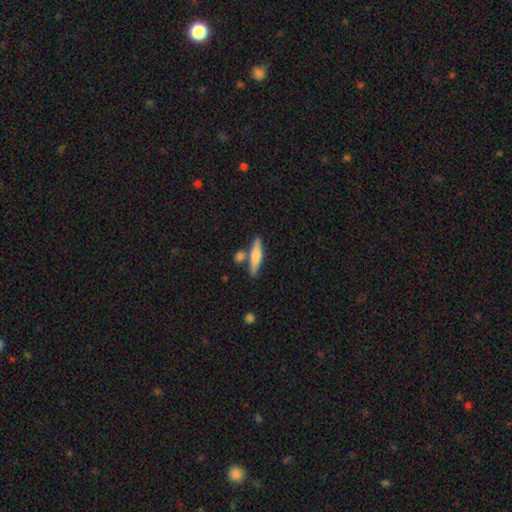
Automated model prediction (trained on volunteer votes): A smooth galaxy with no disk features (59%) that is cigar-shaped (82%). Merging: none (71%).